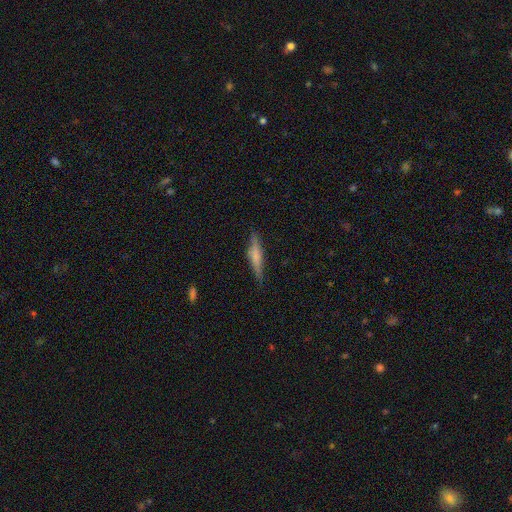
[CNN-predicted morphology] smooth-or-featured: featured or disk: 47% | smooth: 46% | star or artifact: 7%
  merging: none: 81% | minor disturbance: 14% | major disturbance: 3% | merger: 2%